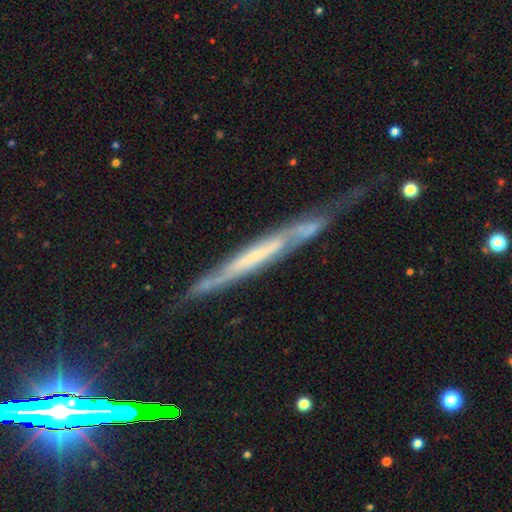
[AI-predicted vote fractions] This appears to be a featured or disk galaxy (74%) viewed edge-on (80%) with no central bulge (73%). Merging: none (54%).